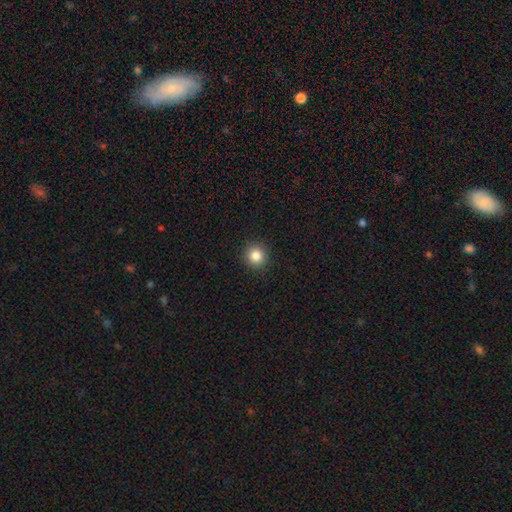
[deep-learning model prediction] This is clearly a smooth galaxy (85%). How rounded: clearly round (93%). Merging: clearly none (92%).